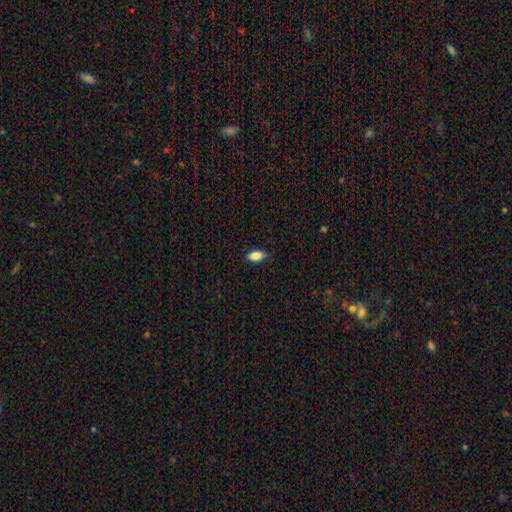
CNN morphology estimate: smooth_or_featured: smooth (p=0.84) [alt: featured or disk p=0.08]
how_rounded: in between (p=0.89) [alt: cigar-shaped p=0.07]
merging: none (p=0.87) [alt: minor disturbance p=0.10]